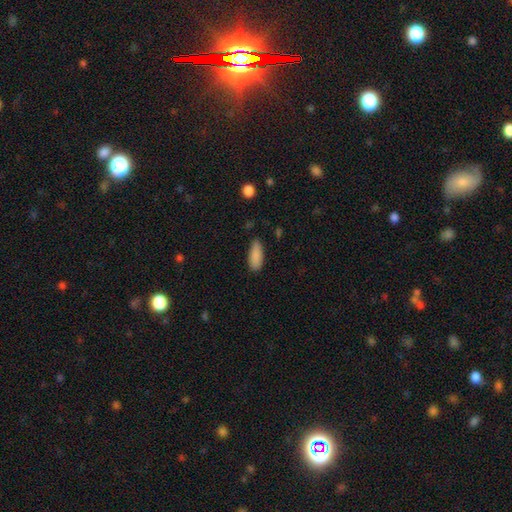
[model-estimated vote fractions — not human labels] Smooth or featured?
  - smooth: 88% *
  - star or artifact: 7%
  - featured or disk: 5%
How rounded?
  - in between: 72% *
  - cigar-shaped: 26%
  - round: 2%
Merging?
  - none: 78% *
  - minor disturbance: 17%
  - major disturbance: 3%
  - merger: 2%